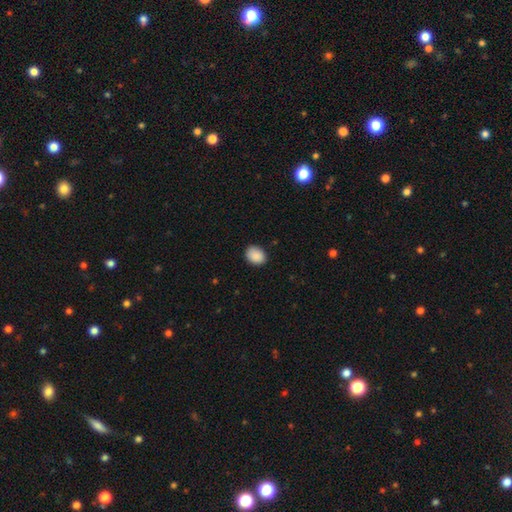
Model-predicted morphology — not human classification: type=smooth (90%); roundness=in between (56%); merging=none (85%).